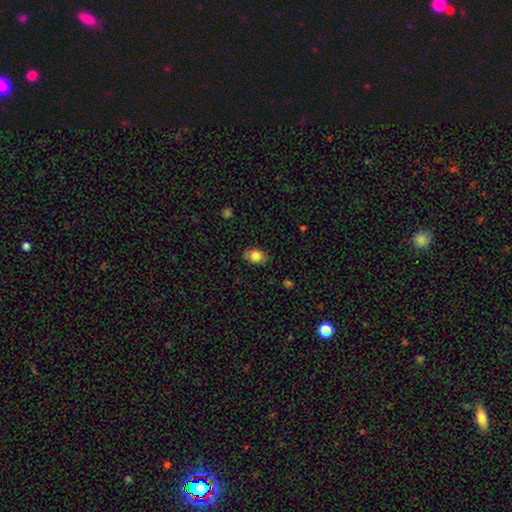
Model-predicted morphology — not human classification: Smooth or featured: smooth — 81% (featured or disk — 10%)
How rounded: in between — 68% (round — 31%)
Merging: none — 81% (minor disturbance — 15%)